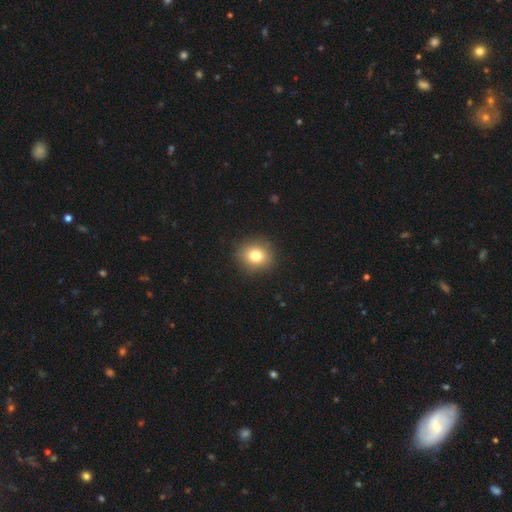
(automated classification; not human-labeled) The model was most divided on "smooth or featured": smooth: 79%, star or artifact: 12%, featured or disk: 10%. More confident: merging — none (89%); how rounded — round (84%).